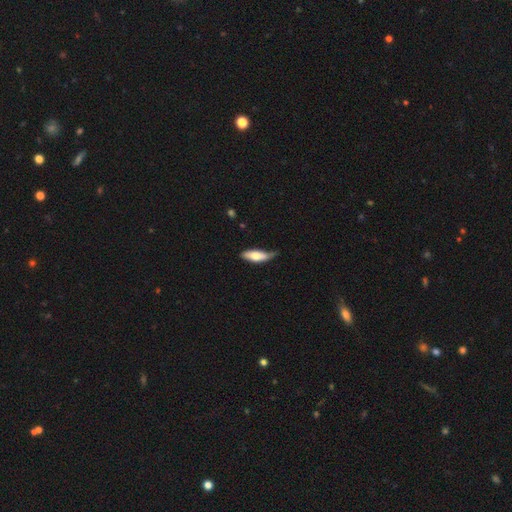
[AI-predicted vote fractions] This appears to be a smooth galaxy with no disk features (66%) that is in between round and cigar-shaped (59%). Merging: none (51%).